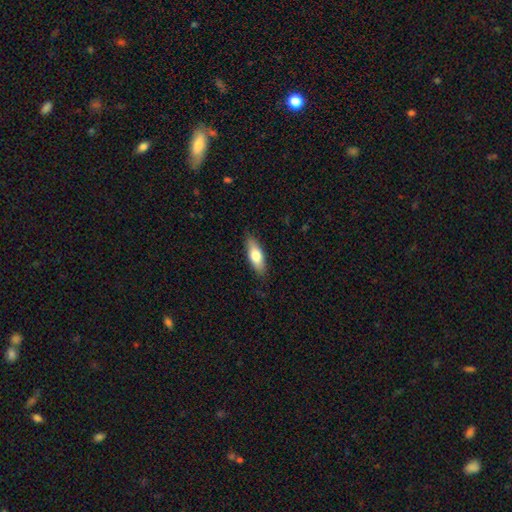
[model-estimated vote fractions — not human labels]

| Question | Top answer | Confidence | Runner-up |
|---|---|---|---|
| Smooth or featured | smooth | 71% | featured or disk (23%) |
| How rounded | in between | 63% | cigar-shaped (34%) |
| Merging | none | 86% | minor disturbance (11%) |